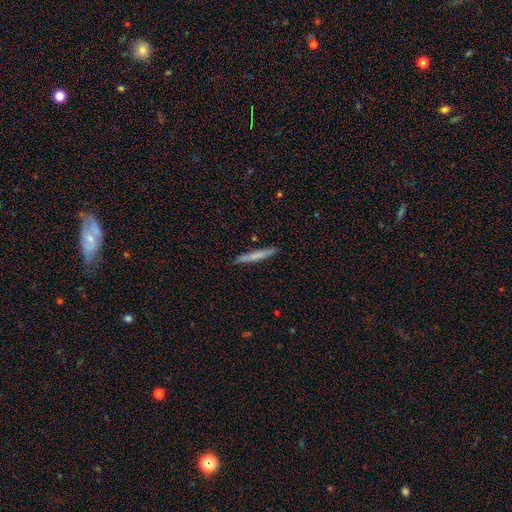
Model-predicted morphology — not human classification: smooth_or_featured: smooth (p=0.64) [alt: featured or disk p=0.31]
how_rounded: cigar-shaped (p=0.96) [alt: in between p=0.03]
merging: none (p=0.90) [alt: minor disturbance p=0.08]